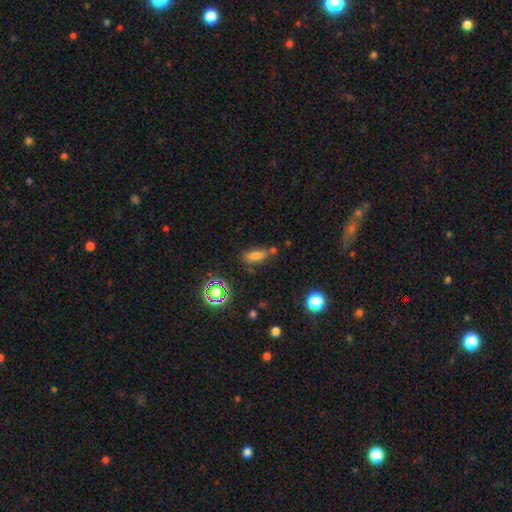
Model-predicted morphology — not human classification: Smooth or featured? Predicted: smooth (p=0.70). How rounded? Predicted: in between (p=0.73). Merging? Predicted: none (p=0.64).